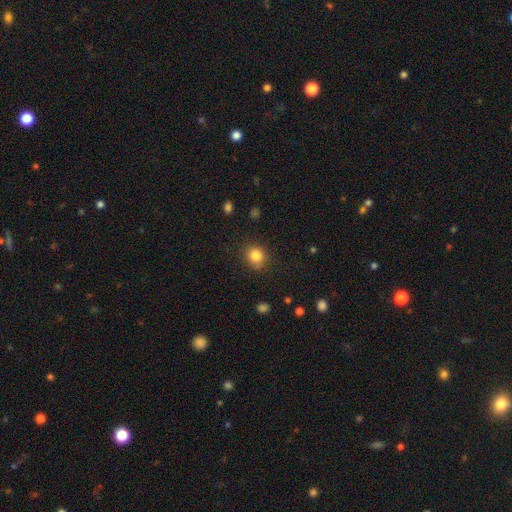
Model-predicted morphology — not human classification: smooth_or_featured: smooth (p=0.84) [alt: star or artifact p=0.11]
how_rounded: round (p=0.82) [alt: in between p=0.17]
merging: none (p=0.84) [alt: minor disturbance p=0.11]